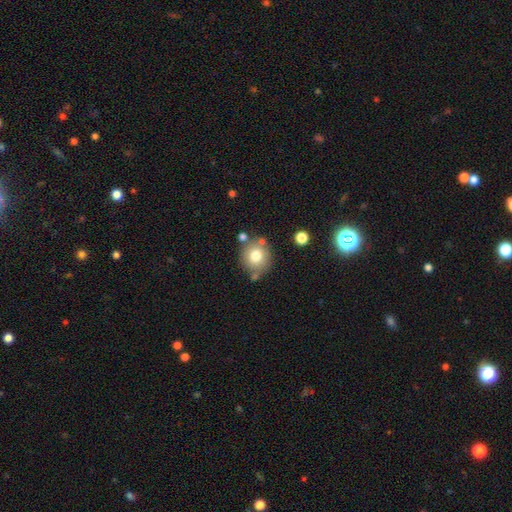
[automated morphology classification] Overall: smooth (75%). How rounded: round (87%). Merging: none (71%).